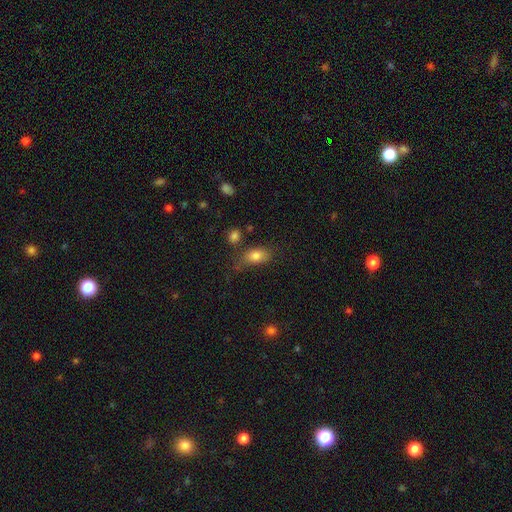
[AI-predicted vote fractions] Morphology: type=smooth (81%); roundness=in between (84%); merging=none (56%).